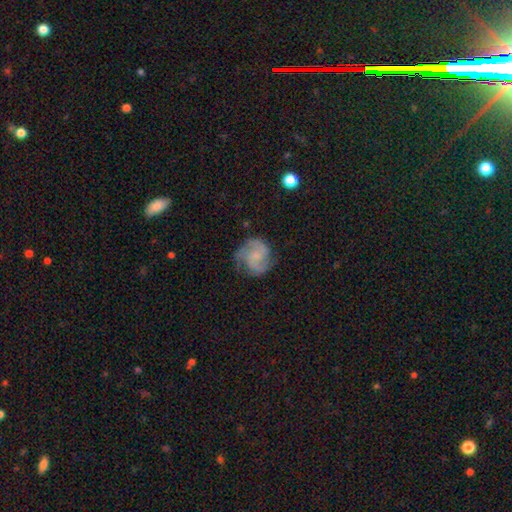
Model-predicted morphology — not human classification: A featured or disk galaxy (81%) with no bar (63%), 2 (69%) medium (51%) spiral arms (96%) and a small central bulge (50%). Merging: none (73%).